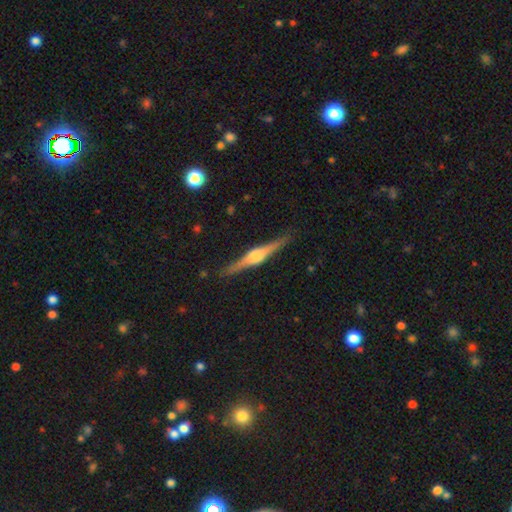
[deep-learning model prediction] Smooth or featured? Predicted: featured or disk (p=0.80). Edge-on disk? Predicted: yes (p=0.98). Edge-on bulge? Predicted: rounded (p=0.86). Merging? Predicted: none (p=0.89).